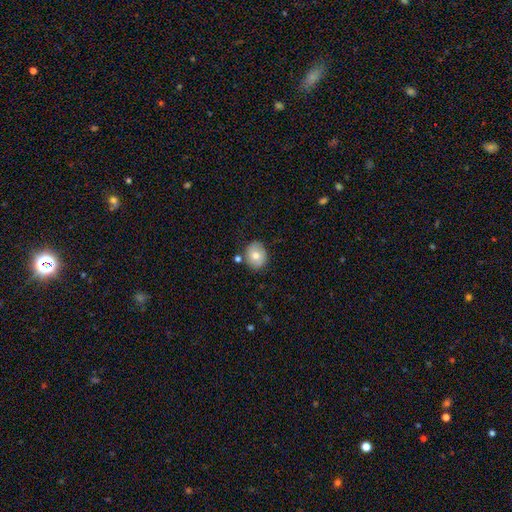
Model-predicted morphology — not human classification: Overall: smooth (75%). How rounded: round (64%; in between 35%). Merging: none (77%).